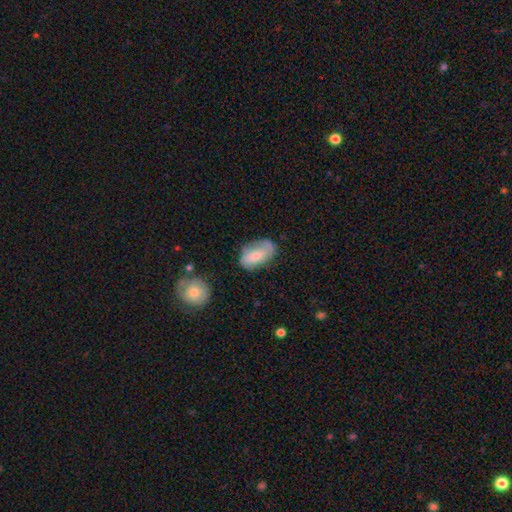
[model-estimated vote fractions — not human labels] smooth 60%, featured or disk 33%, star or artifact 7%. Down the decision tree: how rounded — in between (90%); merging — none (53%).